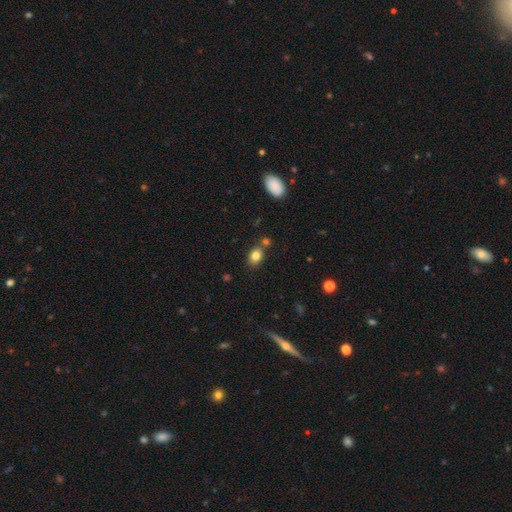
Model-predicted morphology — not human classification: smooth 82%, star or artifact 10%, featured or disk 8%. Down the decision tree: how rounded — in between (69%); merging — none (70%).